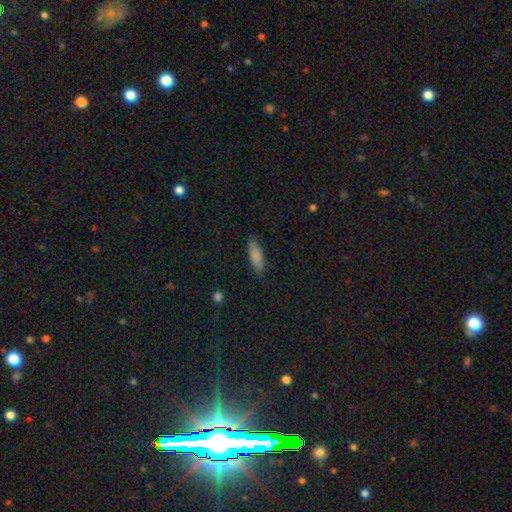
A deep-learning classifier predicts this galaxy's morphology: This is clearly a smooth galaxy (82%). How rounded: possibly in between (54%). Merging: clearly none (82%).